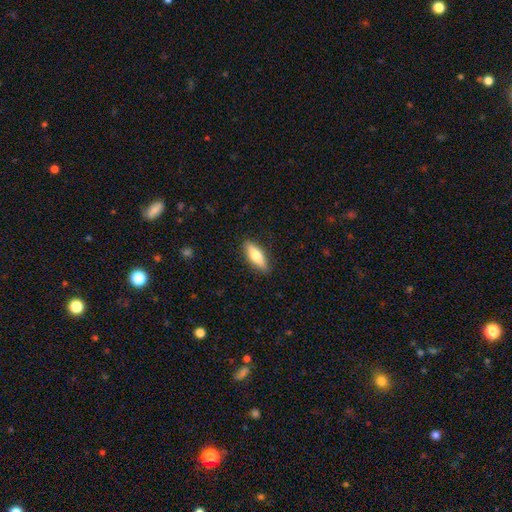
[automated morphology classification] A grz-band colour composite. It shows a smooth galaxy with no disk features (65%) that is in between round and cigar-shaped (55%). Merging: none (88%).